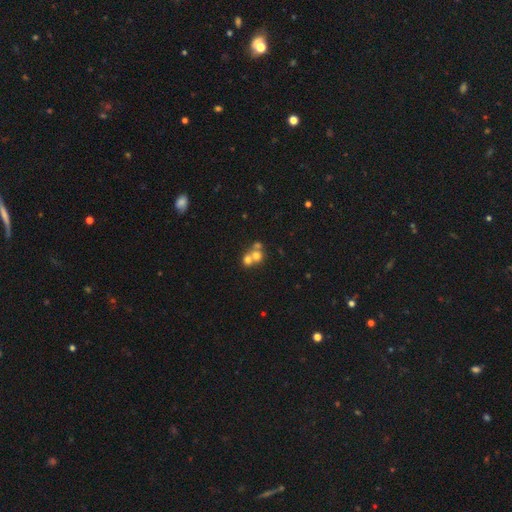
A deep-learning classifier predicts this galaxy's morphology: Smooth or featured: smooth — 62% (featured or disk — 22%)
How rounded: round — 80% (in between — 19%)
Merging: merger — 60% (none — 31%)